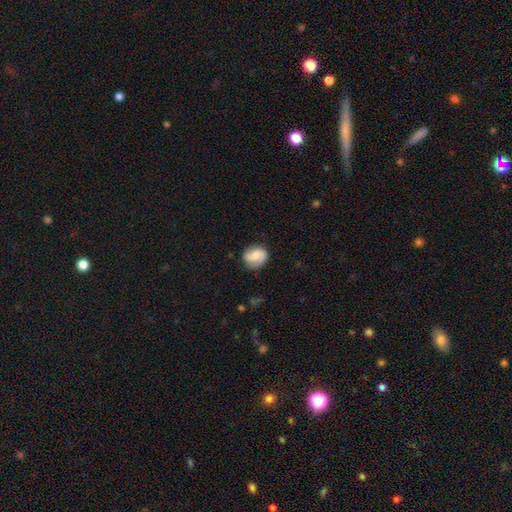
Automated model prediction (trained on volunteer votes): Smooth or featured?
  - featured or disk: 50% *
  - smooth: 42%
  - star or artifact: 8%
Merging?
  - none: 70% *
  - minor disturbance: 21%
  - major disturbance: 7%
  - merger: 2%